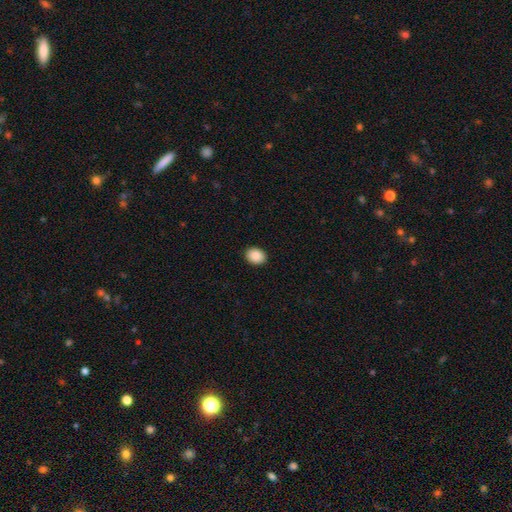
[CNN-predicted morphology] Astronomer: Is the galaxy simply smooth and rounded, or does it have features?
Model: smooth — 89%.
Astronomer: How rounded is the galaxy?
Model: in between — 59% (runner-up: round, 40%).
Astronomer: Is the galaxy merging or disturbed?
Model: none — 91%.